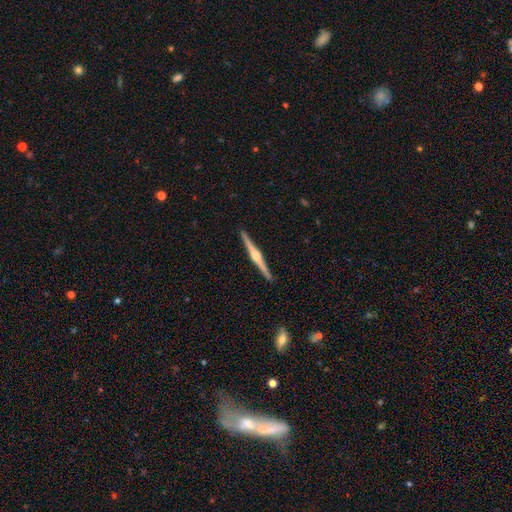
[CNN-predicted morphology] Q: Smooth or featured?
A: featured or disk (81%); runner-up: smooth (14%)
Q: Edge-on disk?
A: yes (99%); runner-up: no (1%)
Q: Edge-on bulge?
A: rounded (86%); runner-up: boxy (9%)
Q: Merging?
A: none (92%); runner-up: minor disturbance (5%)